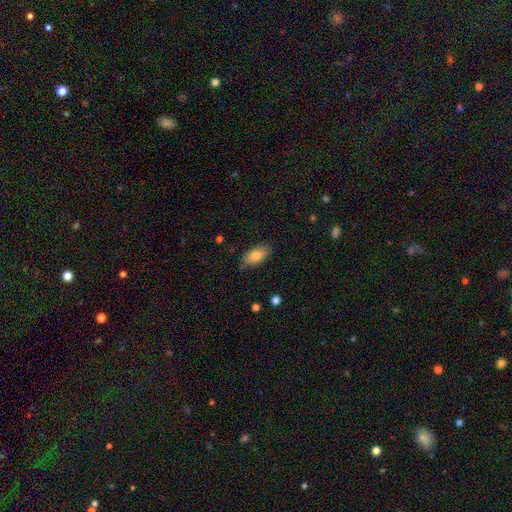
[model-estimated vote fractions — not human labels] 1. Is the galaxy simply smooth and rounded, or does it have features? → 82% smooth, 11% featured or disk, 7% star or artifact.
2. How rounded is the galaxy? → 91% in between, 6% cigar-shaped, 3% round.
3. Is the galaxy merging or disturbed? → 80% none, 15% minor disturbance, 3% major disturbance, 2% merger.